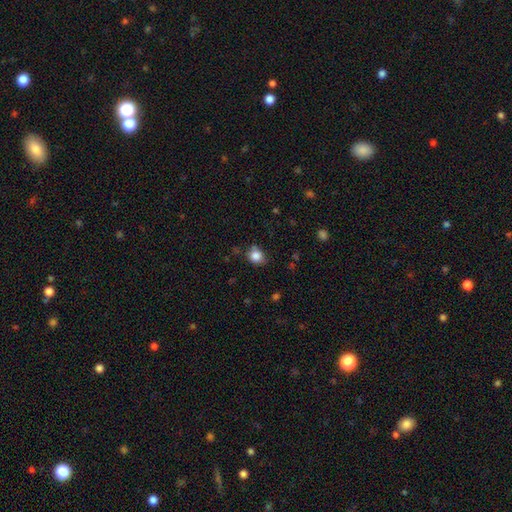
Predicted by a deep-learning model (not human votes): Q: Smooth or featured?
A: smooth (84%); runner-up: star or artifact (10%)
Q: How rounded?
A: round (67%); runner-up: in between (33%)
Q: Merging?
A: none (67%); runner-up: minor disturbance (24%)